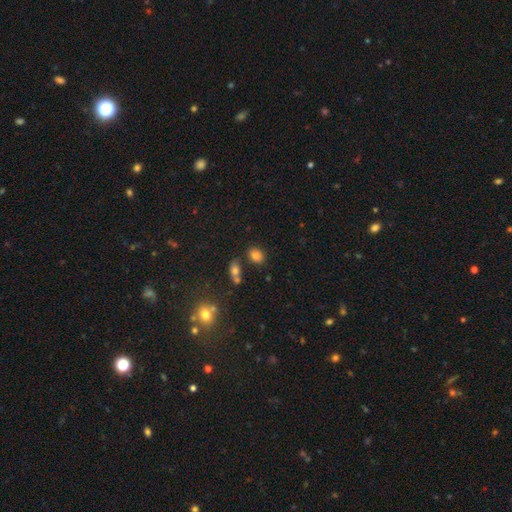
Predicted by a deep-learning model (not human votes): Smooth or featured? Predicted: smooth (p=0.81). How rounded? Predicted: in between (p=0.75). Merging? Predicted: none (p=0.70).